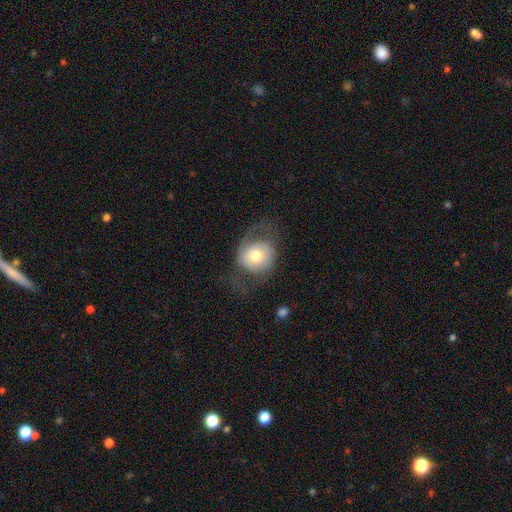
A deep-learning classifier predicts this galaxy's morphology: A smooth galaxy with no disk features (52%) that is round (78%).

Vote fractions:
- Smooth or featured? smooth: 52% / featured or disk: 41% / star or artifact: 7%
- How rounded? round: 78% / in between: 21% / cigar-shaped: 1%
- Merging? none: 46% / major disturbance: 31% / minor disturbance: 20% / merger: 2%